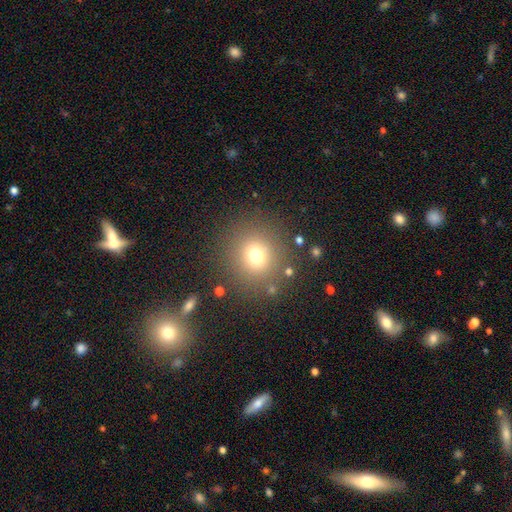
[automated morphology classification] Smooth or featured? smooth (71%)
How rounded? round (91%)
Merging? none (84%)